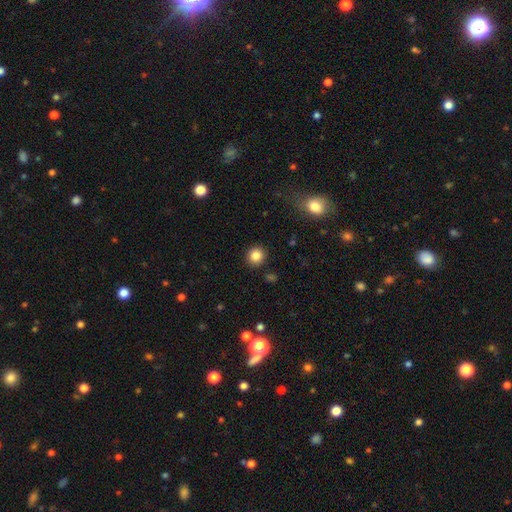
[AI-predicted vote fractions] smooth-or-featured: smooth: 84% | star or artifact: 11% | featured or disk: 5%
  how-rounded: round: 90% | in between: 9% | cigar-shaped: 1%
  merging: none: 91% | minor disturbance: 6% | major disturbance: 2% | merger: 2%